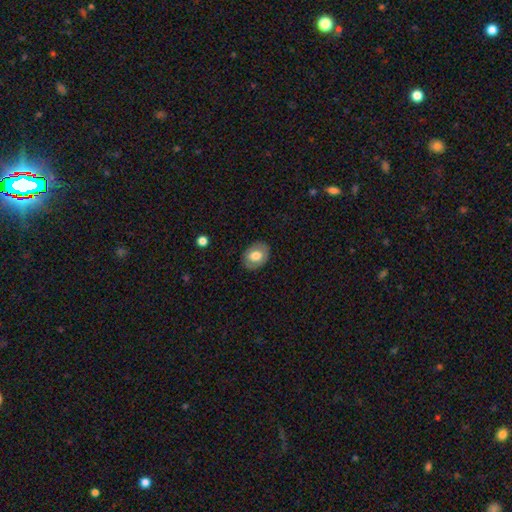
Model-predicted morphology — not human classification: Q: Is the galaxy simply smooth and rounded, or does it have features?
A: smooth — 67%.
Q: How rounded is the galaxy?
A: in between — 67%.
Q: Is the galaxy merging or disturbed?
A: none — 85%.